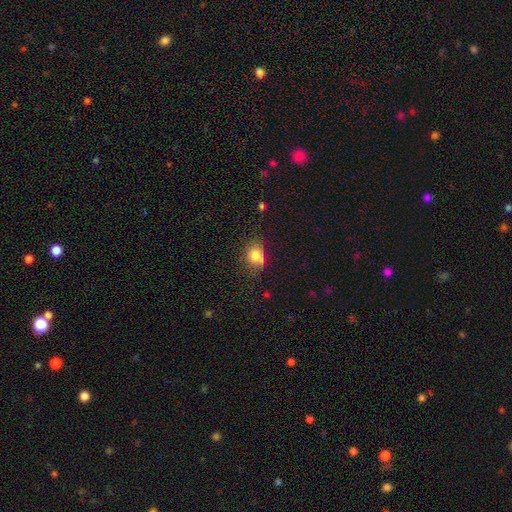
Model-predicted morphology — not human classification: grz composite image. It shows a smooth galaxy with no disk features (80%) that is round (50%). Merging: none (58%).